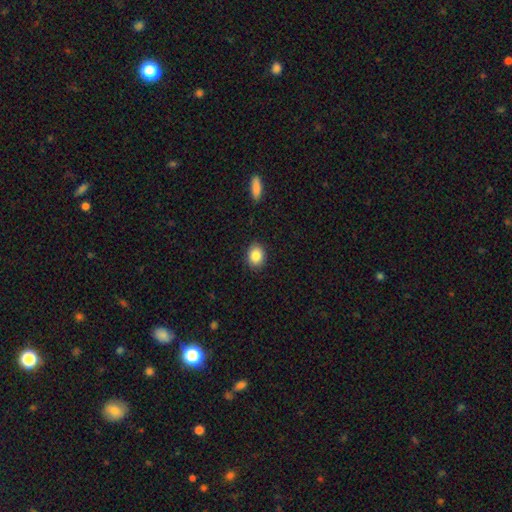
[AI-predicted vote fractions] smooth-or-featured: smooth: 85% | star or artifact: 9% | featured or disk: 6%
  how-rounded: in between: 52% | round: 47% | cigar-shaped: 1%
  merging: none: 89% | minor disturbance: 8% | major disturbance: 2% | merger: 1%